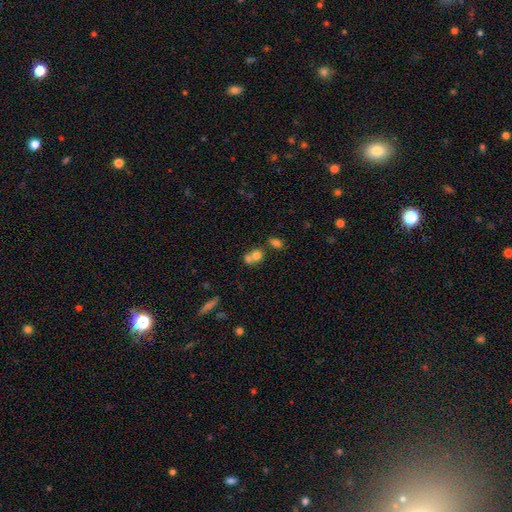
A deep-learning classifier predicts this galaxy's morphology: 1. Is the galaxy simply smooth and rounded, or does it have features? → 72% smooth, 15% featured or disk, 12% star or artifact.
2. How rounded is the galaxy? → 63% round, 35% in between, 2% cigar-shaped.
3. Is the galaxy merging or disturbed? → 60% merger, 30% none, 6% minor disturbance, 3% major disturbance.